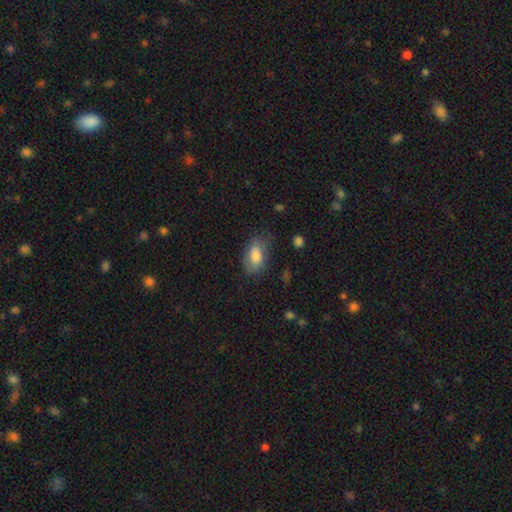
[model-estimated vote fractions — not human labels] The model was most divided on "merging": none: 64%, minor disturbance: 24%, major disturbance: 10%, merger: 2%. More confident: how rounded — in between (91%); smooth or featured — smooth (76%).